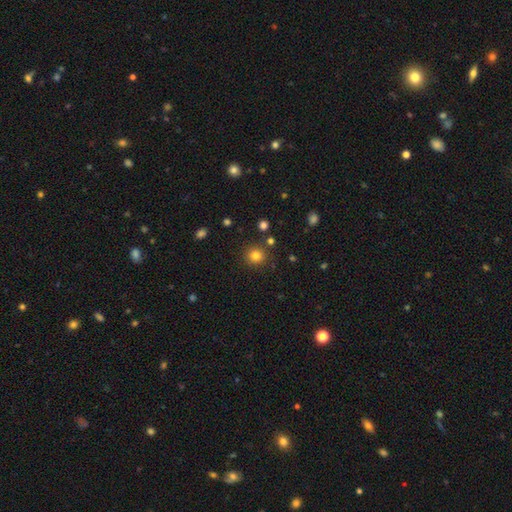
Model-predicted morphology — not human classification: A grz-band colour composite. It shows a smooth galaxy with no disk features (81%) that is round (92%). Merging: none (87%).